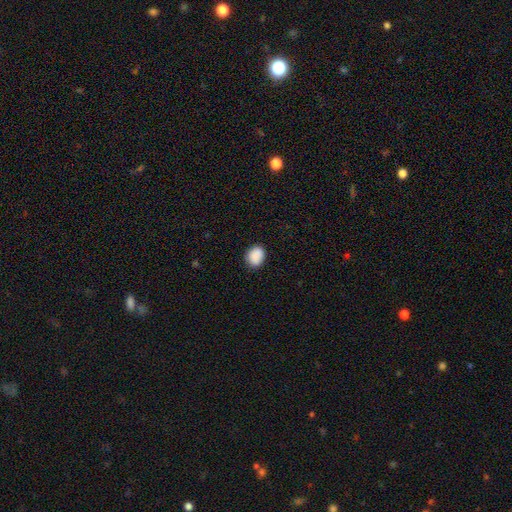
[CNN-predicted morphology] Smooth or featured?
  - smooth: 90% *
  - star or artifact: 8%
  - featured or disk: 3%
How rounded?
  - in between: 50% *
  - round: 49%
  - cigar-shaped: 1%
Merging?
  - none: 83% *
  - minor disturbance: 14%
  - major disturbance: 3%
  - merger: 1%